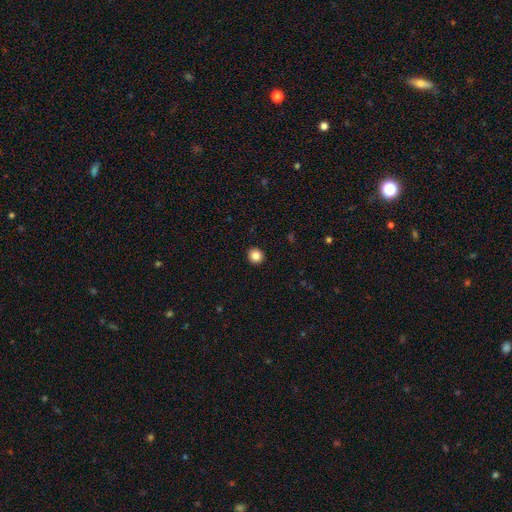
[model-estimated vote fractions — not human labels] Smooth or featured: smooth — 85% (star or artifact — 10%)
How rounded: round — 93% (in between — 6%)
Merging: none — 93% (minor disturbance — 4%)